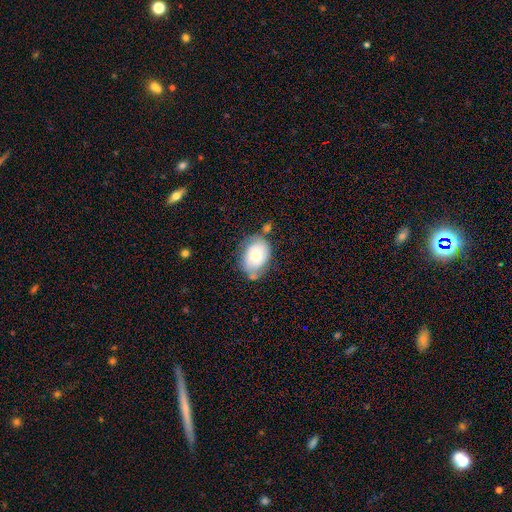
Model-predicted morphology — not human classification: This is likely a smooth galaxy (61%). How rounded: likely in between (75%). Merging: possibly none (55%).